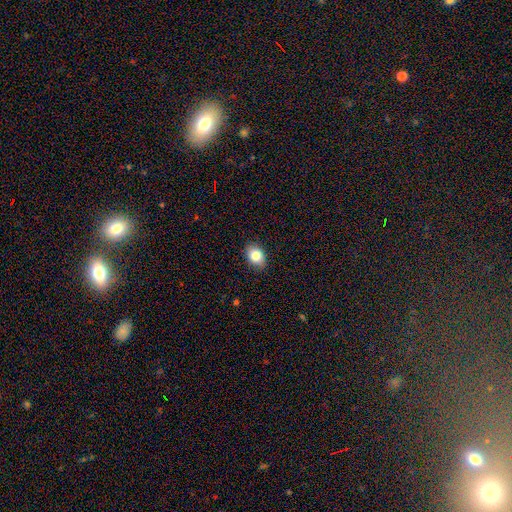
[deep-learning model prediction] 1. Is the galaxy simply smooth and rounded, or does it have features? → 84% smooth, 8% star or artifact, 8% featured or disk.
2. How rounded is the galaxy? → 72% in between, 27% round, 1% cigar-shaped.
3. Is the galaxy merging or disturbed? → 87% none, 10% minor disturbance, 2% major disturbance, 1% merger.